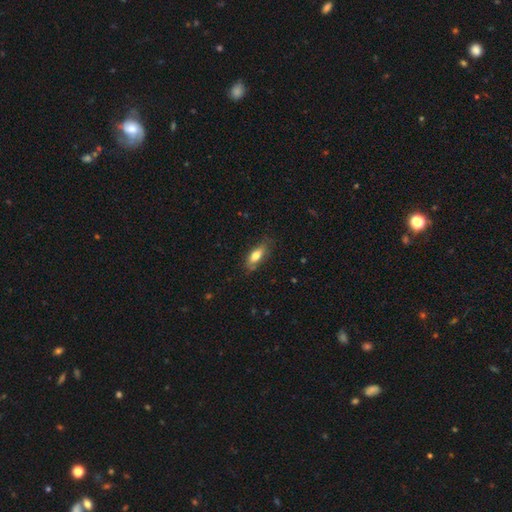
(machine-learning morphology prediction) This is likely a smooth galaxy (73%). How rounded: likely in between (73%). Merging: likely none (73%).